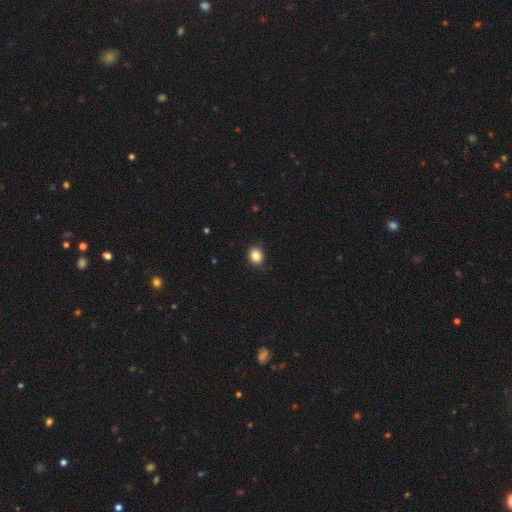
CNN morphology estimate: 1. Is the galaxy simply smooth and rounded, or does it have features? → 86% smooth, 10% star or artifact, 4% featured or disk.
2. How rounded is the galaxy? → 70% round, 29% in between, 1% cigar-shaped.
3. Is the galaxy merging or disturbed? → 85% none, 12% minor disturbance, 2% major disturbance, 1% merger.